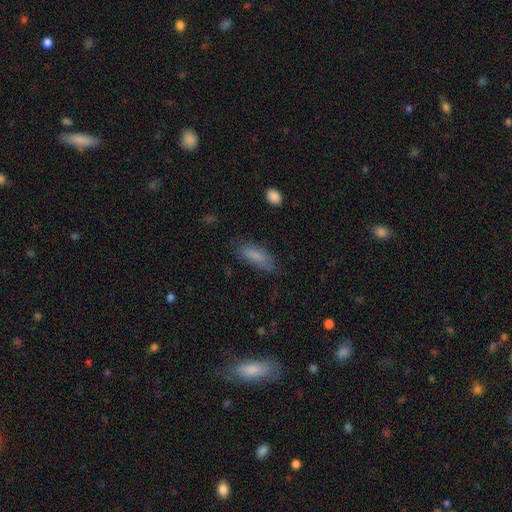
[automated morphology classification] This is likely a smooth galaxy (79%). How rounded: possibly in between (60%). Merging: likely none (74%).